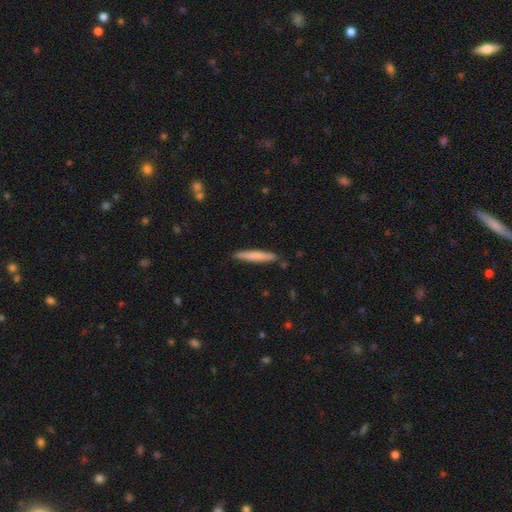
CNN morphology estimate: A smooth galaxy with no disk features (72%) that is cigar-shaped (94%).

Vote fractions:
- Smooth or featured? smooth: 72% / featured or disk: 22% / star or artifact: 5%
- How rounded? cigar-shaped: 94% / in between: 4% / round: 1%
- Merging? none: 88% / minor disturbance: 9% / merger: 2% / major disturbance: 2%